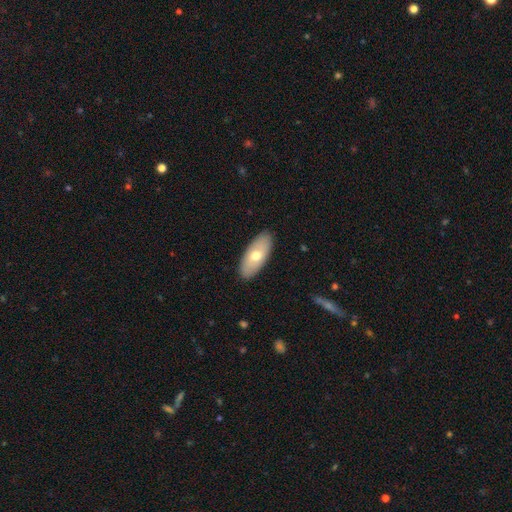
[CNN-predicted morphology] Smooth or featured? smooth (64%)
How rounded? in between (87%)
Merging? none (89%)